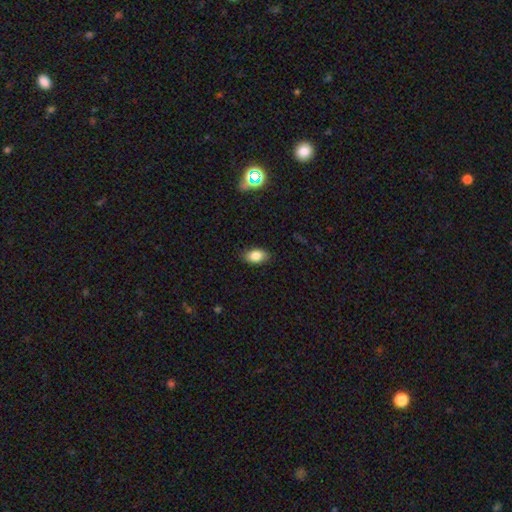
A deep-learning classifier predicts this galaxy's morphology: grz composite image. It shows a smooth galaxy with no disk features (83%) that is in between round and cigar-shaped (90%). Merging: none (86%).